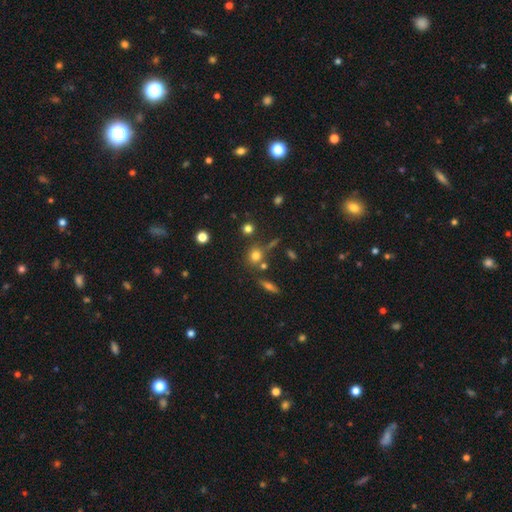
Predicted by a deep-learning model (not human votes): Smooth or featured? smooth (75%)
How rounded? round (80%)
Merging? none (69%)